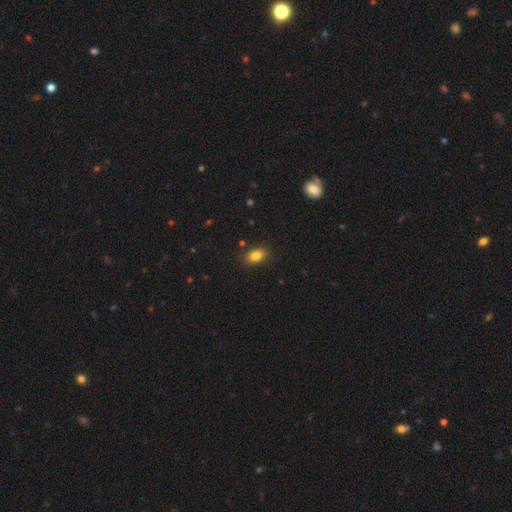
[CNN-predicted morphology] Q: Smooth or featured?
A: smooth (84%); runner-up: star or artifact (10%)
Q: How rounded?
A: in between (83%); runner-up: round (15%)
Q: Merging?
A: none (87%); runner-up: minor disturbance (9%)